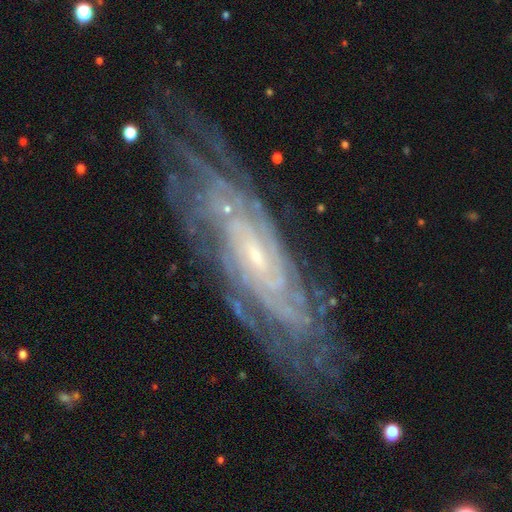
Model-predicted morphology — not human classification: Q: Smooth or featured?
A: featured or disk (88%); runner-up: star or artifact (7%)
Q: Edge-on disk?
A: no (88%); runner-up: yes (12%)
Q: Bar?
A: no (55%); runner-up: weak (33%)
Q: Spiral arms?
A: yes (97%); runner-up: no (3%)
Q: Spiral winding?
A: tight (76%); runner-up: medium (20%)
Q: Spiral arm count?
A: can't tell (36%); runner-up: more than 4 (20%)
Q: Bulge size?
A: small (79%); runner-up: moderate (15%)
Q: Merging?
A: none (78%); runner-up: minor disturbance (15%)